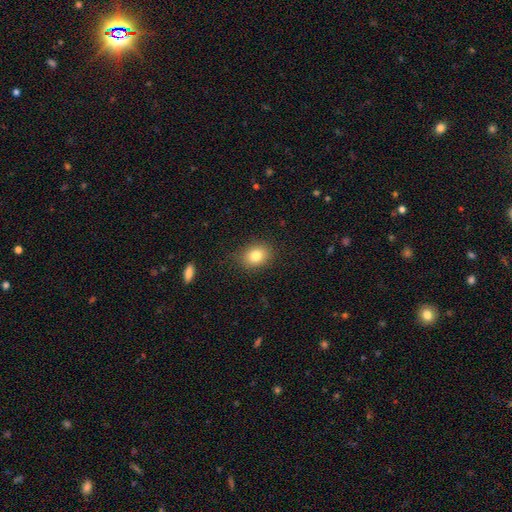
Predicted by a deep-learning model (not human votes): Smooth or featured: smooth — 81% (star or artifact — 10%)
How rounded: in between — 51% (round — 48%)
Merging: none — 85% (minor disturbance — 11%)